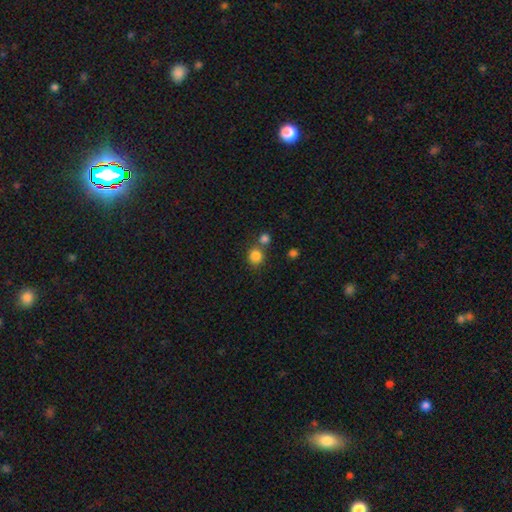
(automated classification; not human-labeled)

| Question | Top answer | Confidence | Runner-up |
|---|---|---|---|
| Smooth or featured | smooth | 83% | star or artifact (12%) |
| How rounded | round | 87% | in between (12%) |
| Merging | none | 63% | merger (26%) |